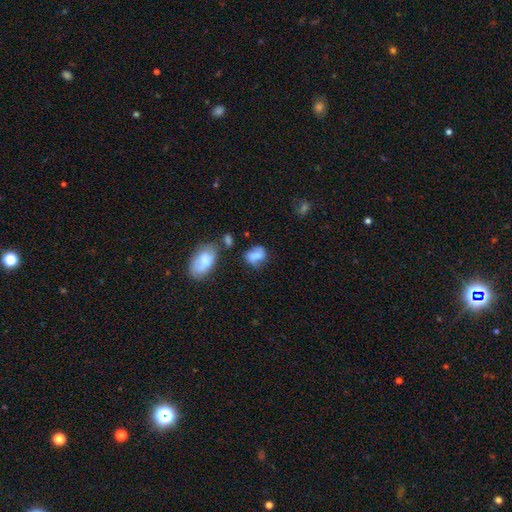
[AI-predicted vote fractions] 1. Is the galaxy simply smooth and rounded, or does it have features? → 62% smooth, 27% featured or disk, 10% star or artifact.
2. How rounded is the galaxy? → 69% in between, 28% round, 3% cigar-shaped.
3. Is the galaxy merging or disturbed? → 47% none, 27% minor disturbance, 13% major disturbance, 12% merger.